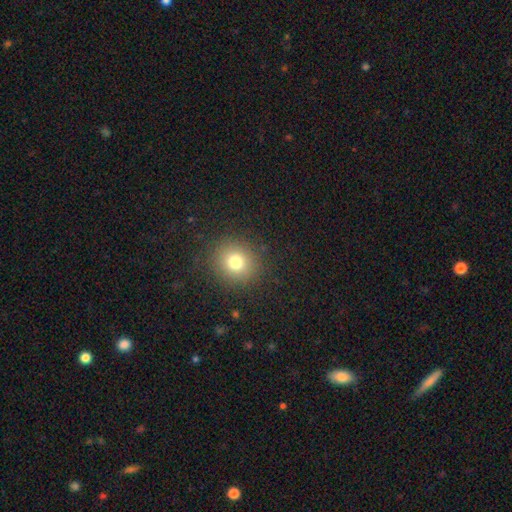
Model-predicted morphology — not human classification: smooth-or-featured: smooth: 73% | star or artifact: 20% | featured or disk: 7%
  how-rounded: round: 92% | in between: 7% | cigar-shaped: 1%
  merging: none: 92% | minor disturbance: 5% | major disturbance: 2% | merger: 1%